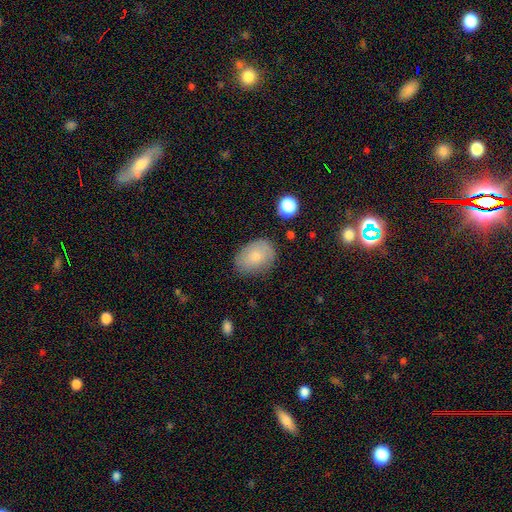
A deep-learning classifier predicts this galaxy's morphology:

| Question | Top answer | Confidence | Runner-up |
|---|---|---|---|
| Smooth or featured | smooth | 76% | featured or disk (16%) |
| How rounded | in between | 79% | round (20%) |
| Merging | none | 75% | minor disturbance (19%) |